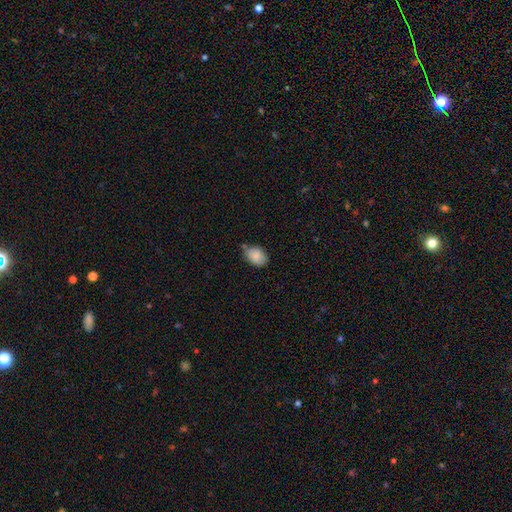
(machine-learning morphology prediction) Smooth or featured? Predicted: smooth (p=0.87). How rounded? Predicted: in between (p=0.79). Merging? Predicted: none (p=0.66).